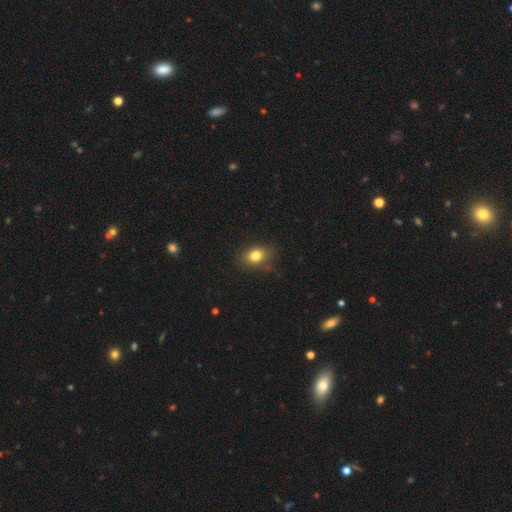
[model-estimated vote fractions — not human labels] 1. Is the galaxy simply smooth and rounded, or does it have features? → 80% smooth, 11% star or artifact, 9% featured or disk.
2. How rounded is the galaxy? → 64% in between, 35% round, 1% cigar-shaped.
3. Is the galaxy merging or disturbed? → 75% none, 19% minor disturbance, 5% major disturbance, 1% merger.